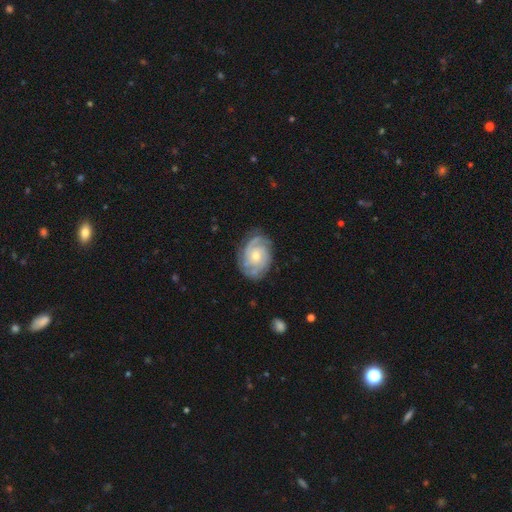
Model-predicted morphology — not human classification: smooth-or-featured: featured or disk: 87% | smooth: 9% | star or artifact: 4%
  disk-edge-on: no: 97% | yes: 3%
    bar: no: 72% | weak: 25% | strong: 4%
    has-spiral-arms: yes: 97% | no: 3%
      spiral-winding: tight: 66% | medium: 29% | loose: 5%
      spiral-arm-count: 2: 33% | 3: 31% | can't tell: 19% | 4: 7% | 1: 5% | more than 4: 5%
    bulge-size: moderate: 50% | small: 46% | large: 2% | none: 1% | dominant: 1%
  merging: none: 78% | minor disturbance: 16% | major disturbance: 5% | merger: 1%